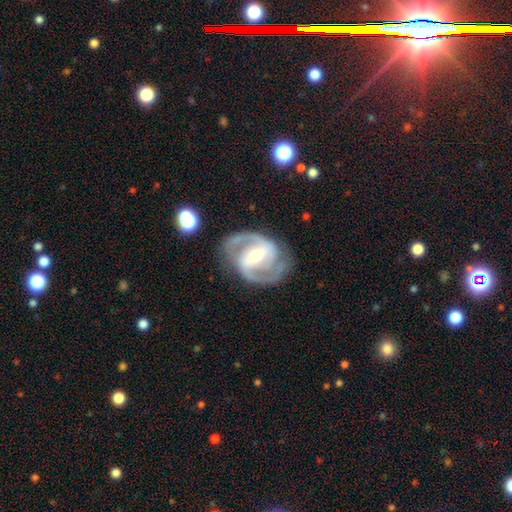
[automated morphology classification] smooth-or-featured: featured or disk: 91% | smooth: 5% | star or artifact: 4%
  disk-edge-on: no: 97% | yes: 3%
    bar: strong: 48% | weak: 37% | no: 15%
    has-spiral-arms: yes: 97% | no: 3%
      spiral-winding: medium: 58% | tight: 30% | loose: 12%
      spiral-arm-count: 2: 90% | 3: 4% | can't tell: 3% | 1: 1% | 4: 1% | more than 4: 1%
    bulge-size: moderate: 57% | small: 38% | large: 3% | none: 1% | dominant: 1%
  merging: none: 80% | minor disturbance: 13% | major disturbance: 5% | merger: 2%